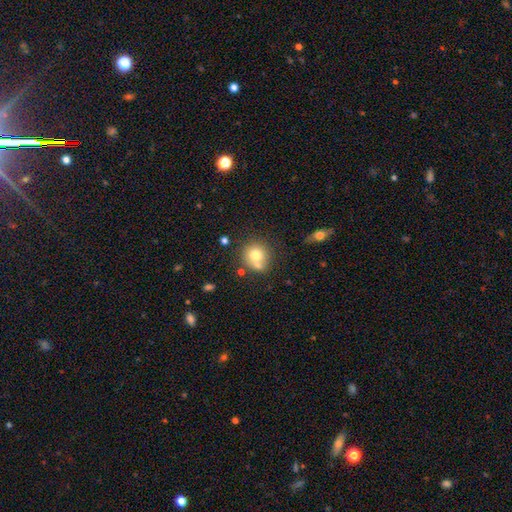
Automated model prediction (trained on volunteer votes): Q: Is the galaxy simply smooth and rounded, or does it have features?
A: smooth — 74%.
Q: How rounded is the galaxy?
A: round — 87%.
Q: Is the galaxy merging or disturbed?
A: none — 57%.